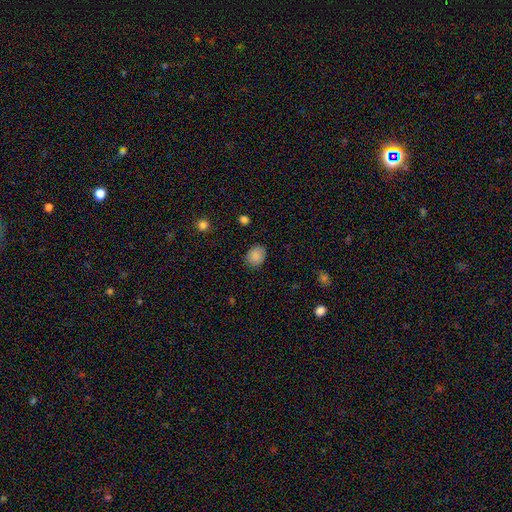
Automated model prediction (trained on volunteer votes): The model was most divided on "how rounded": round: 58%, in between: 41%, cigar-shaped: 1%. More confident: smooth or featured — smooth (87%); merging — none (85%).